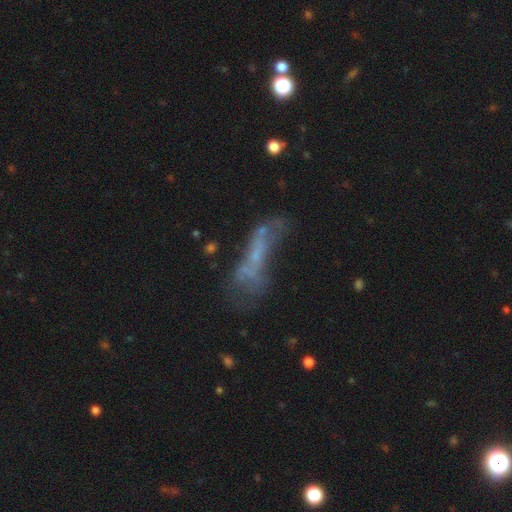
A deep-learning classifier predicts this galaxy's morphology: A featured or disk galaxy (46%). Merging: major disturbance (31%, tied with none).